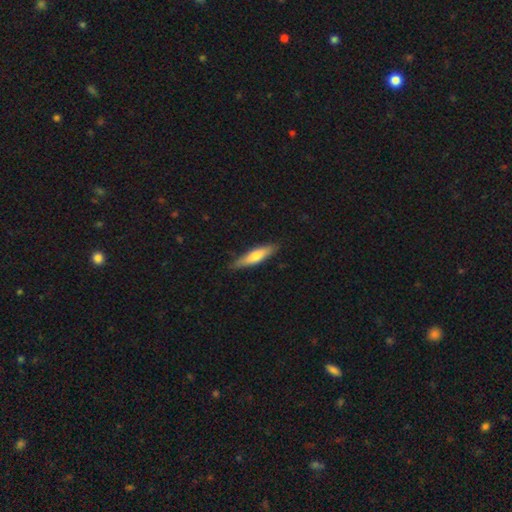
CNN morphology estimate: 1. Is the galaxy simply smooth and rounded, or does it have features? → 62% smooth, 33% featured or disk, 5% star or artifact.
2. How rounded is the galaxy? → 75% cigar-shaped, 24% in between, 2% round.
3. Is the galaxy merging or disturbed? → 84% none, 12% minor disturbance, 2% major disturbance, 1% merger.